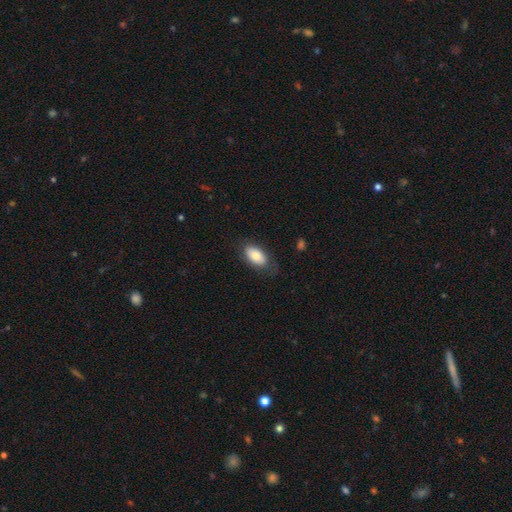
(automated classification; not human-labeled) smooth_or_featured: smooth (p=0.80) [alt: featured or disk p=0.13]
how_rounded: in between (p=0.93) [alt: round p=0.04]
merging: none (p=0.72) [alt: minor disturbance p=0.20]